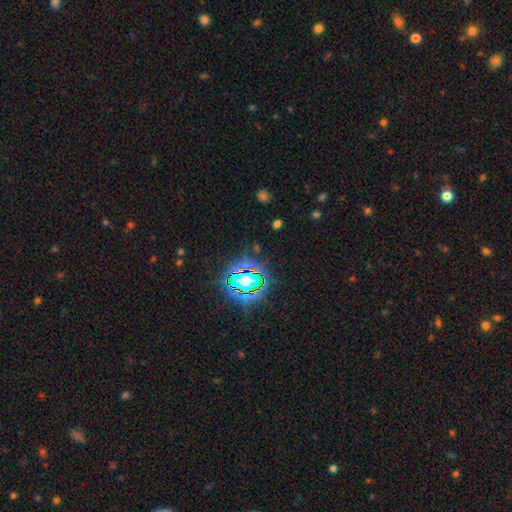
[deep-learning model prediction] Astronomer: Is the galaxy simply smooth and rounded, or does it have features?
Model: star or artifact — 80%.